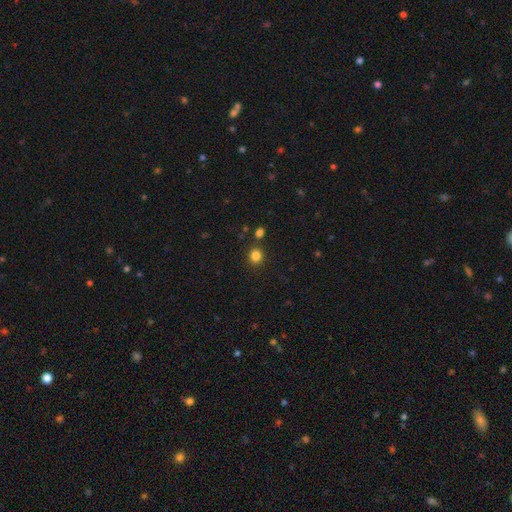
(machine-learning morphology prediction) Smooth or featured?
  - smooth: 82% *
  - star or artifact: 14%
  - featured or disk: 4%
How rounded?
  - round: 85% *
  - in between: 14%
  - cigar-shaped: 1%
Merging?
  - none: 86% *
  - minor disturbance: 7%
  - merger: 5%
  - major disturbance: 2%